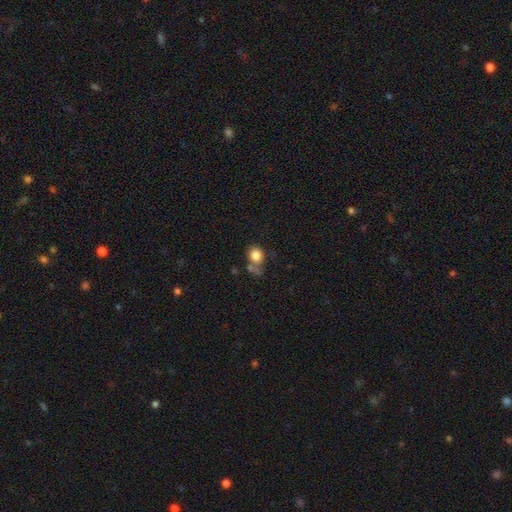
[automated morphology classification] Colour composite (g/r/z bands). It shows a smooth galaxy with no disk features (81%) that is round (66%). Merging: none (44%).